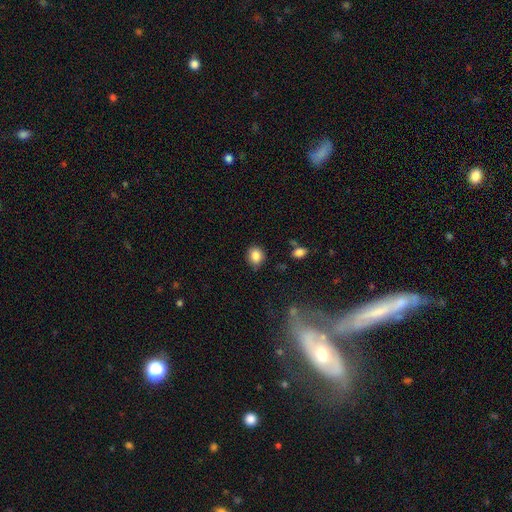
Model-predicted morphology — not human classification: Smooth or featured? smooth (86%)
How rounded? round (66%)
Merging? none (80%)